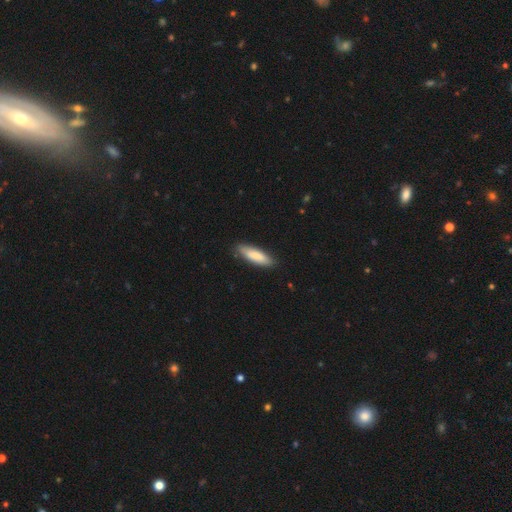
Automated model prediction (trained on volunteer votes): A smooth galaxy with no disk features (85%) that is cigar-shaped (56%).

Vote fractions:
- Smooth or featured? smooth: 85% / featured or disk: 10% / star or artifact: 5%
- How rounded? cigar-shaped: 56% / in between: 43% / round: 1%
- Merging? none: 84% / minor disturbance: 13% / major disturbance: 2% / merger: 1%